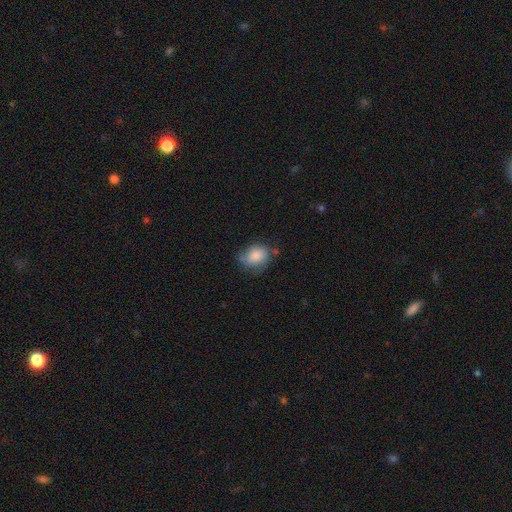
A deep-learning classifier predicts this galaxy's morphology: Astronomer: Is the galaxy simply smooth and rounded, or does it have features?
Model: smooth — 81%.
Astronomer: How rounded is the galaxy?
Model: in between — 65%.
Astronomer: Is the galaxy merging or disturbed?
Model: none — 55% (runner-up: minor disturbance, 31%).